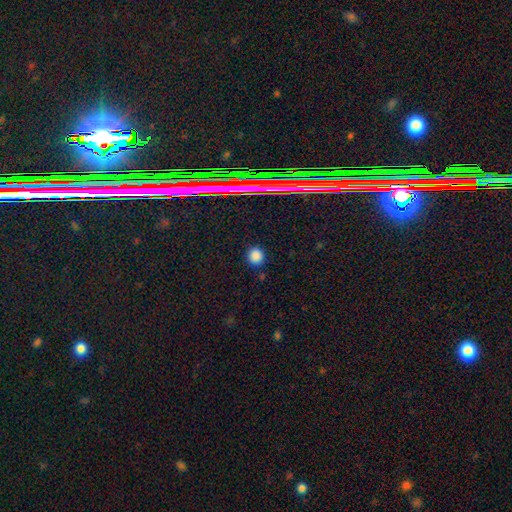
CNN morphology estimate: Smooth or featured? Predicted: smooth (p=0.82). How rounded? Predicted: round (p=0.84). Merging? Predicted: none (p=0.88).